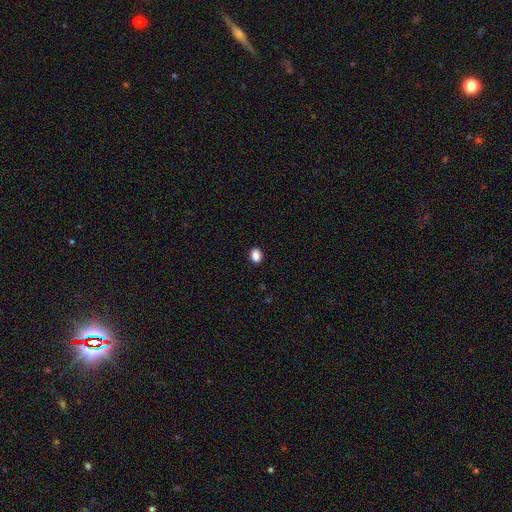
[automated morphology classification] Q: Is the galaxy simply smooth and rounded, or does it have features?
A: smooth — 88%.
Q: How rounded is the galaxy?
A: in between — 63%.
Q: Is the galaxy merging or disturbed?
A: none — 90%.